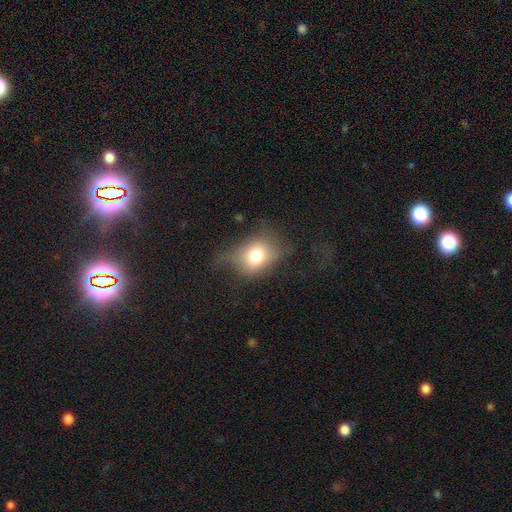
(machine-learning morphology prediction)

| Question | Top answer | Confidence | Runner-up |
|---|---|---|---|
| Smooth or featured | smooth | 71% | featured or disk (18%) |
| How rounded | in between | 56% | round (43%) |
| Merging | none | 48% | minor disturbance (28%) |